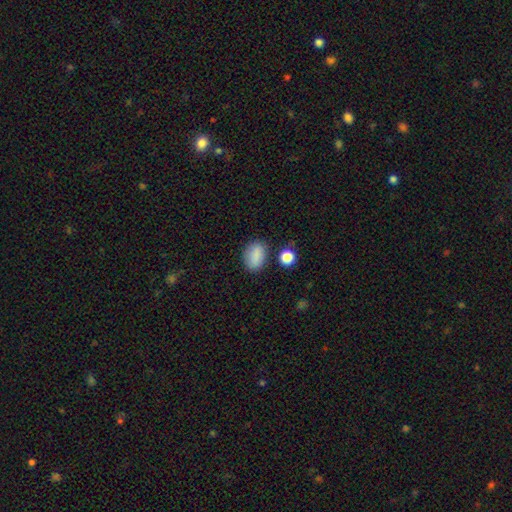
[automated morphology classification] smooth-or-featured: smooth: 85% | star or artifact: 9% | featured or disk: 6%
  how-rounded: in between: 83% | round: 16% | cigar-shaped: 2%
  merging: none: 78% | minor disturbance: 14% | merger: 4% | major disturbance: 4%